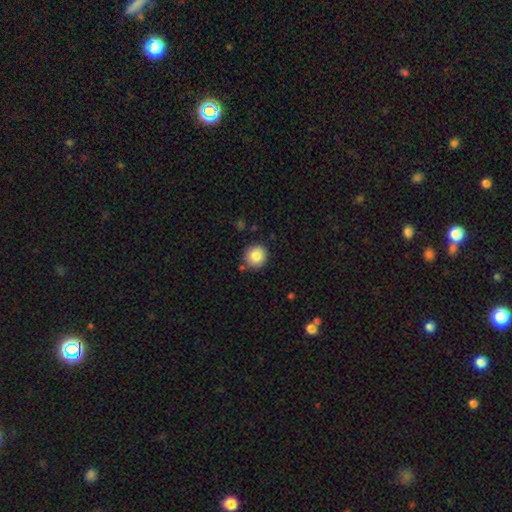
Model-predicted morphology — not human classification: smooth 84%, star or artifact 9%, featured or disk 7%. Down the decision tree: how rounded — round (93%); merging — none (86%).